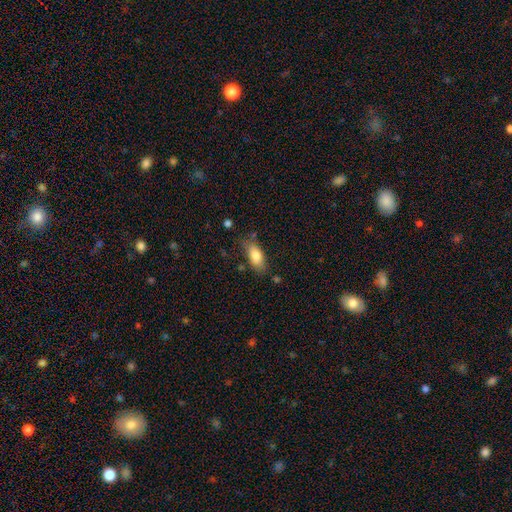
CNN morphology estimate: Overall: smooth (81%). How rounded: in between (82%). Merging: none (71%).